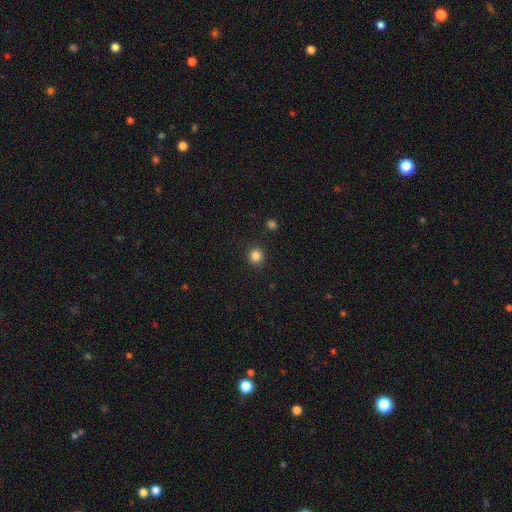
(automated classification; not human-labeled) smooth_or_featured: smooth (p=0.84) [alt: star or artifact p=0.12]
how_rounded: round (p=0.90) [alt: in between p=0.09]
merging: none (p=0.89) [alt: minor disturbance p=0.07]